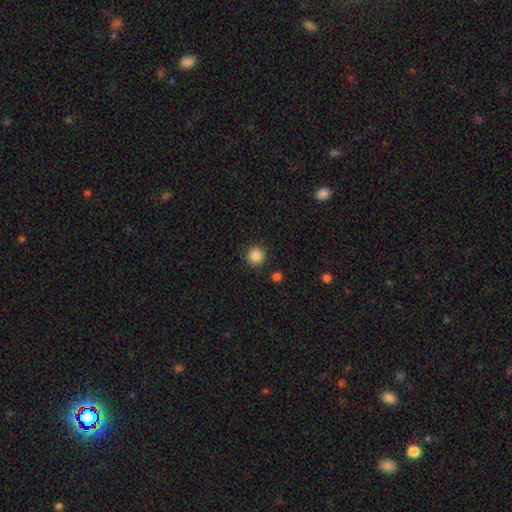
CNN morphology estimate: A smooth galaxy with no disk features (87%) that is round (95%). Merging: none (91%).